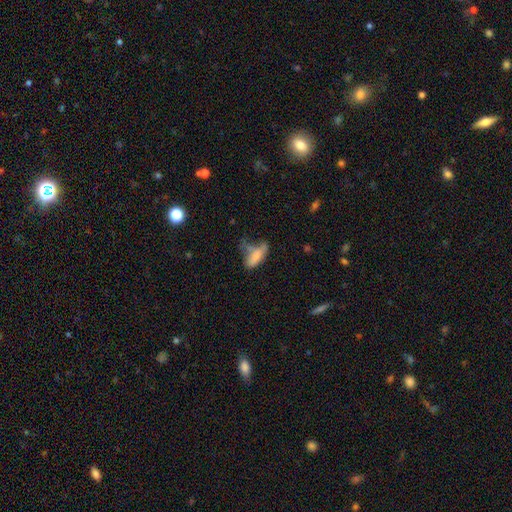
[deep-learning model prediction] A smooth galaxy with no disk features (68%) that is in between round and cigar-shaped (78%).

Vote fractions:
- Smooth or featured? smooth: 68% / featured or disk: 21% / star or artifact: 10%
- How rounded? in between: 78% / cigar-shaped: 19% / round: 3%
- Merging? major disturbance: 31% / minor disturbance: 27% / none: 26% / merger: 16%